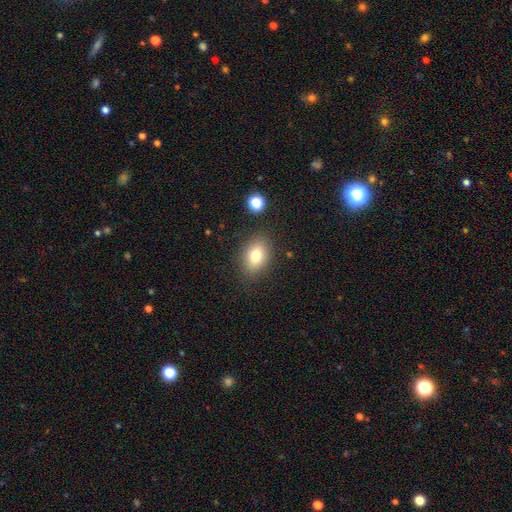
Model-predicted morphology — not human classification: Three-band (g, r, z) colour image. It shows a smooth galaxy with no disk features (77%) that is in between round and cigar-shaped (78%). Merging: none (84%).